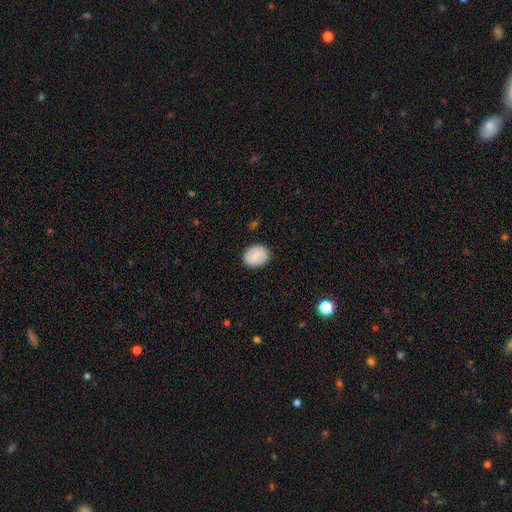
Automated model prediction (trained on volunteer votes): smooth 70%, featured or disk 23%, star or artifact 7%. Down the decision tree: how rounded — in between (50%); merging — none (88%).